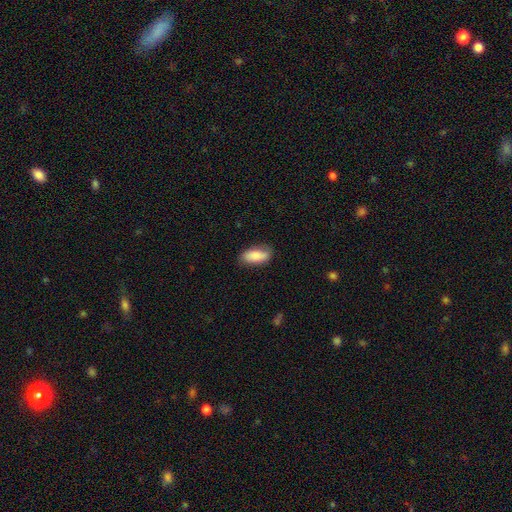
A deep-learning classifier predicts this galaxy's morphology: smooth-or-featured: smooth: 80% | featured or disk: 14% | star or artifact: 6%
  how-rounded: in between: 87% | cigar-shaped: 10% | round: 3%
  merging: none: 78% | minor disturbance: 17% | major disturbance: 4% | merger: 1%